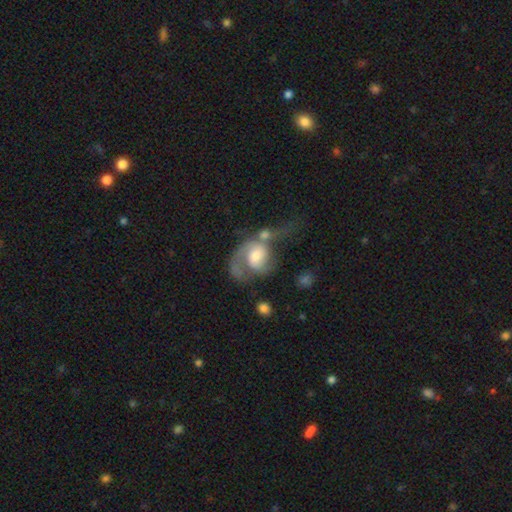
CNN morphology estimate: smooth_or_featured: featured or disk (p=0.72) [alt: smooth p=0.21]
disk_edge_on: no (p=0.98) [alt: yes p=0.02]
bar: no (p=0.59) [alt: weak p=0.34]
has_spiral_arms: yes (p=0.89) [alt: no p=0.11]
spiral_winding: medium (p=0.43) [alt: loose p=0.34]
spiral_arm_count: 2 (p=0.49) [alt: 1 p=0.38]
bulge_size: moderate (p=0.53) [alt: large p=0.25]
merging: merger (p=0.36) [alt: major disturbance p=0.32]